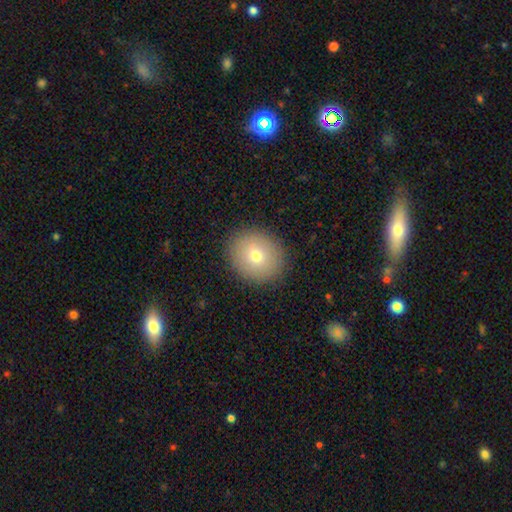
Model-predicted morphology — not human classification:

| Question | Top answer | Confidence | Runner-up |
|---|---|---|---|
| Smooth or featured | smooth | 73% | featured or disk (16%) |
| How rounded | round | 81% | in between (18%) |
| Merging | none | 90% | minor disturbance (7%) |